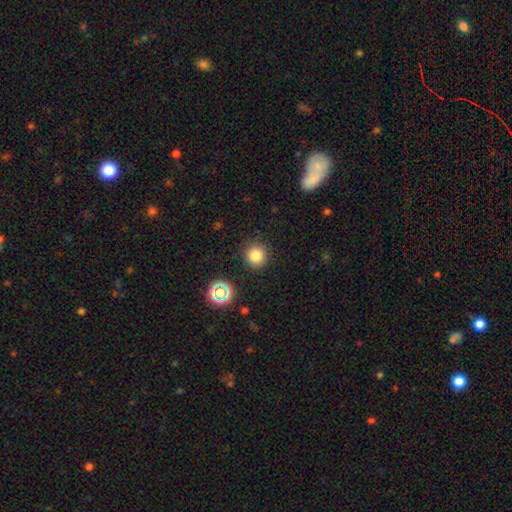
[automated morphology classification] Smooth or featured? smooth (81%)
How rounded? round (93%)
Merging? none (88%)